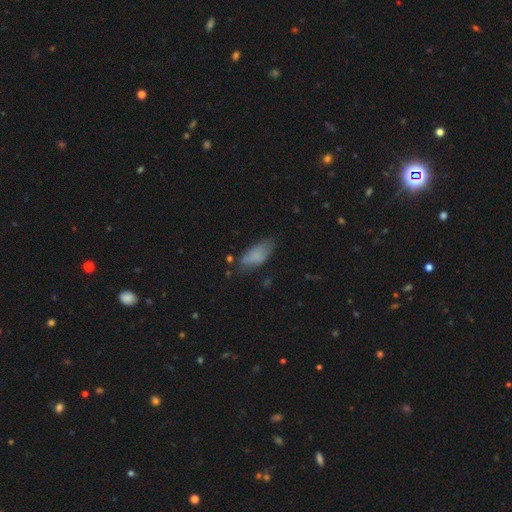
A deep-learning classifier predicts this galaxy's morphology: Q: Smooth or featured?
A: smooth (80%); runner-up: featured or disk (12%)
Q: How rounded?
A: in between (85%); runner-up: cigar-shaped (13%)
Q: Merging?
A: none (64%); runner-up: minor disturbance (25%)